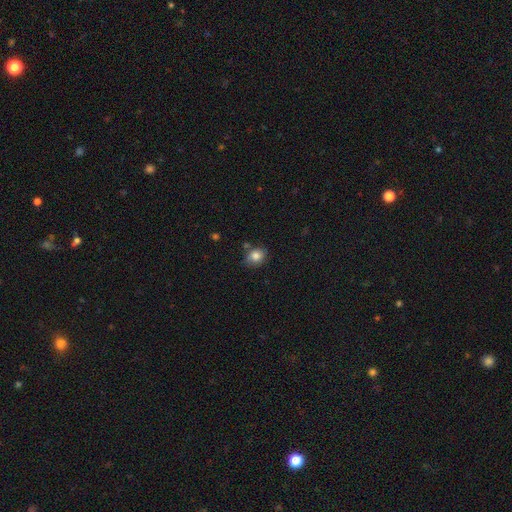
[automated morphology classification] smooth_or_featured: smooth (p=0.82) [alt: star or artifact p=0.09]
how_rounded: in between (p=0.55) [alt: round p=0.44]
merging: none (p=0.71) [alt: minor disturbance p=0.20]